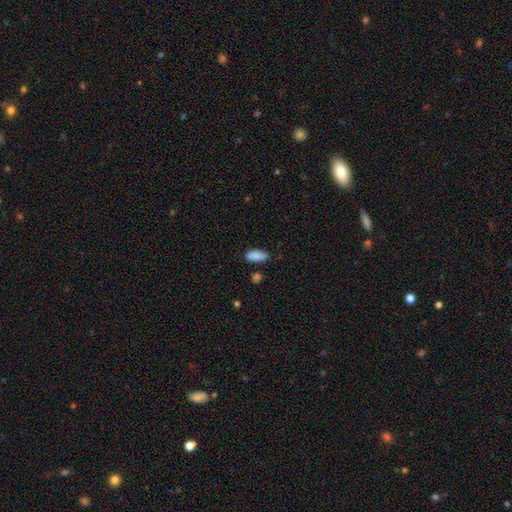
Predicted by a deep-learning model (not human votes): This appears to be a smooth galaxy with no disk features (88%) that is in between round and cigar-shaped (85%). Merging: none (74%).